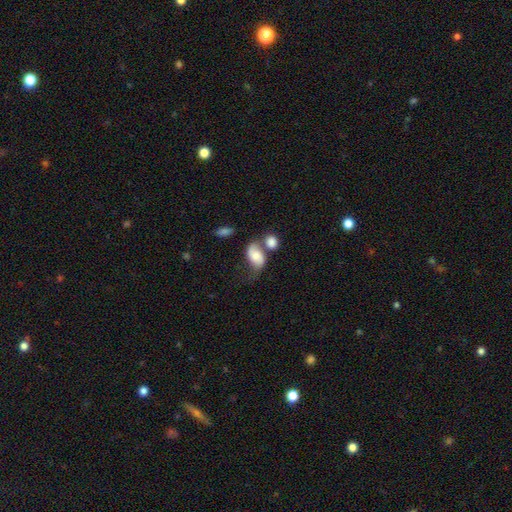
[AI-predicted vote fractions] Smooth or featured: smooth — 54% (featured or disk — 38%)
How rounded: in between — 85% (round — 13%)
Merging: merger — 39% (none — 29%)